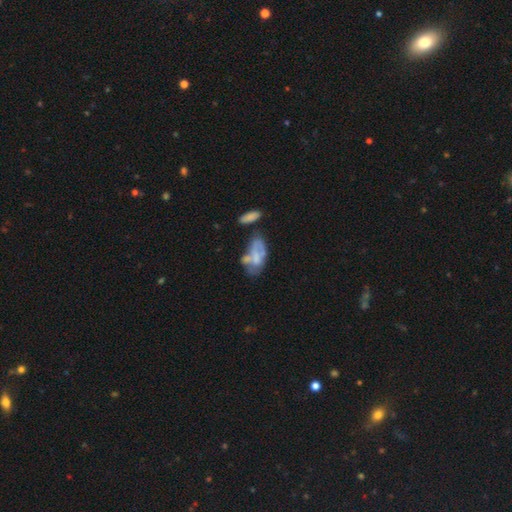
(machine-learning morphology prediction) Smooth or featured?
  - smooth: 46% *
  - featured or disk: 45%
  - star or artifact: 9%
Merging?
  - none: 28% *
  - merger: 26%
  - major disturbance: 23%
  - minor disturbance: 23%